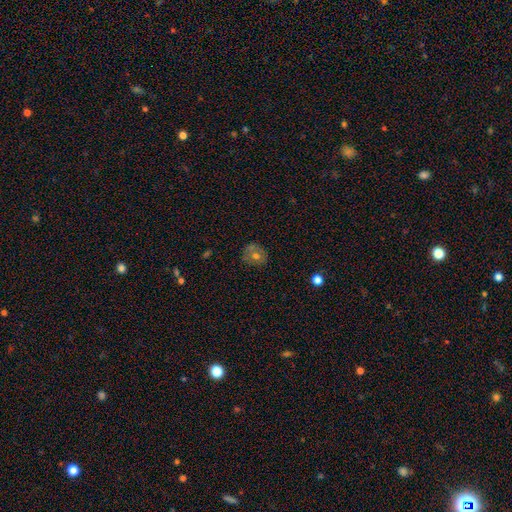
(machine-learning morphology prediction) smooth_or_featured: smooth (p=0.54) [alt: featured or disk p=0.31]
how_rounded: round (p=0.76) [alt: in between p=0.23]
merging: none (p=0.69) [alt: minor disturbance p=0.20]